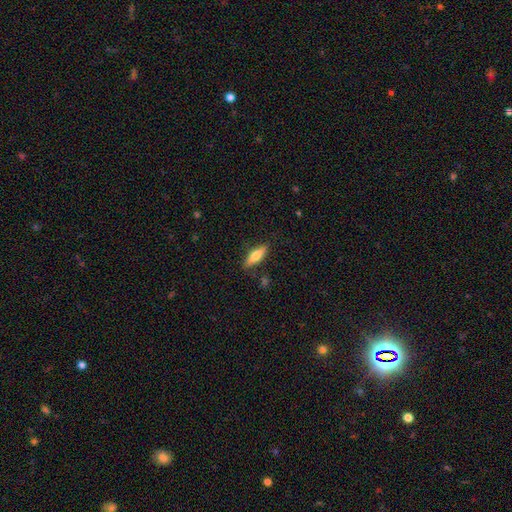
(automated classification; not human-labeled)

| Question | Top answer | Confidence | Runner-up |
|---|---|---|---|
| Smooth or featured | smooth | 65% | featured or disk (29%) |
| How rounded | cigar-shaped | 54% | in between (44%) |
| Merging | none | 82% | minor disturbance (13%) |